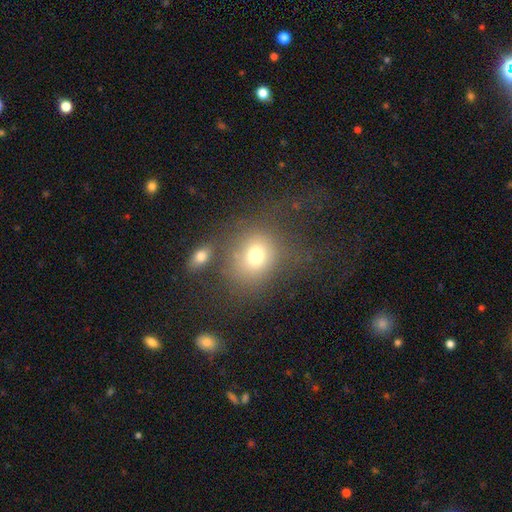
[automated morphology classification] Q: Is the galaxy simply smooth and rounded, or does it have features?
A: smooth — 73%.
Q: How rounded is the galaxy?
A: round — 68%.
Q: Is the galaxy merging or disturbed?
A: none — 62%.